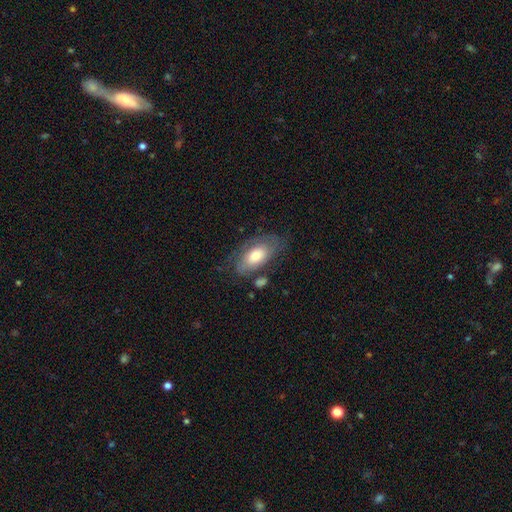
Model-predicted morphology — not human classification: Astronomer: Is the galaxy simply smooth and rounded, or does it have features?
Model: smooth — 61%.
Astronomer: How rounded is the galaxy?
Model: in between — 92%.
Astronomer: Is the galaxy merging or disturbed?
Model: none — 60%.